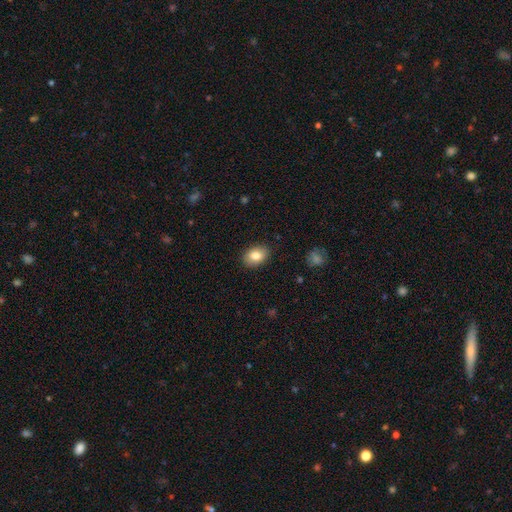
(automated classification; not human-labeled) A smooth galaxy with no disk features (84%) that is in between round and cigar-shaped (81%). Merging: none (87%).